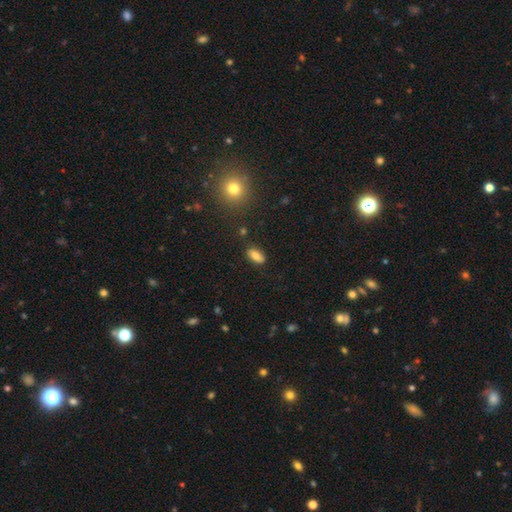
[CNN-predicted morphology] smooth_or_featured: smooth (p=0.75) [alt: featured or disk p=0.15]
how_rounded: in between (p=0.83) [alt: cigar-shaped p=0.12]
merging: none (p=0.82) [alt: minor disturbance p=0.12]